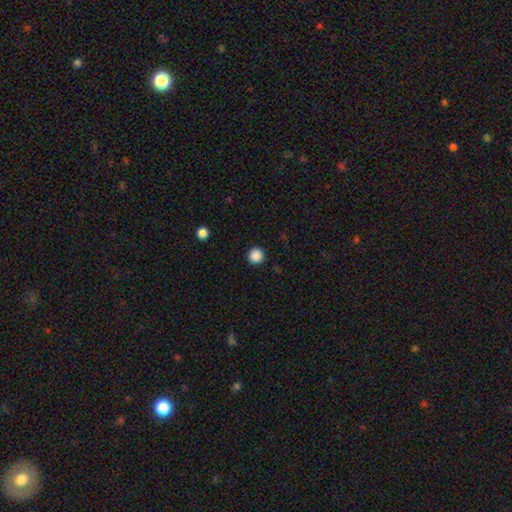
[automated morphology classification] Smooth or featured: smooth — 88% (star or artifact — 10%)
How rounded: round — 96% (in between — 3%)
Merging: none — 93% (minor disturbance — 4%)